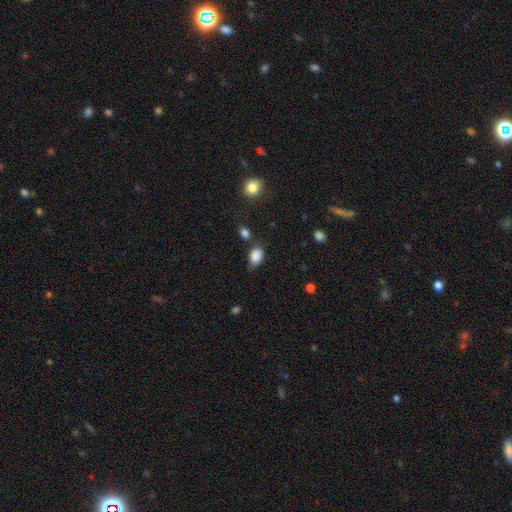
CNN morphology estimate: Smooth or featured? smooth (87%)
How rounded? in between (84%)
Merging? none (58%)